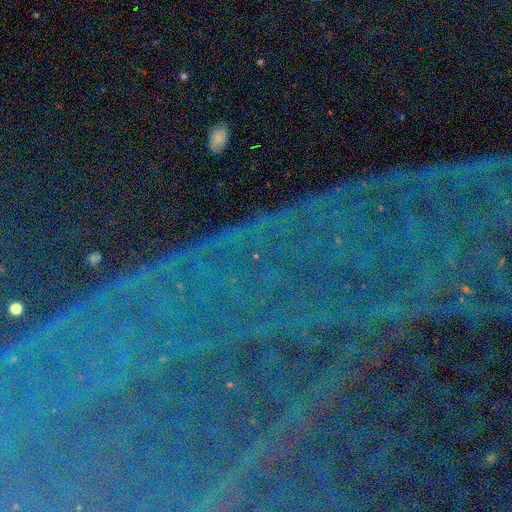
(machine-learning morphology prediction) This is clearly a star or artifact rather than a galaxy (86%).